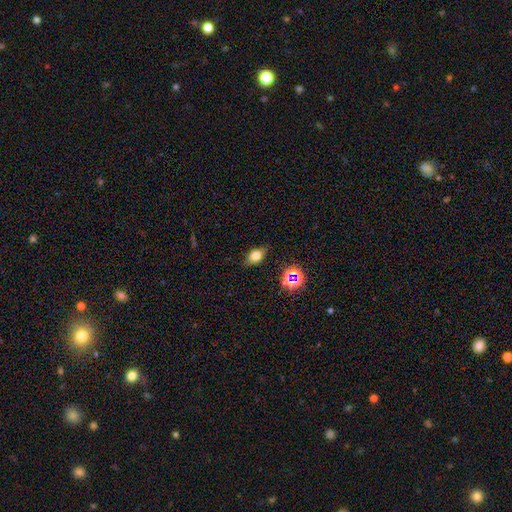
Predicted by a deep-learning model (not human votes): Smooth or featured? smooth (69%)
How rounded? in between (75%)
Merging? none (80%)